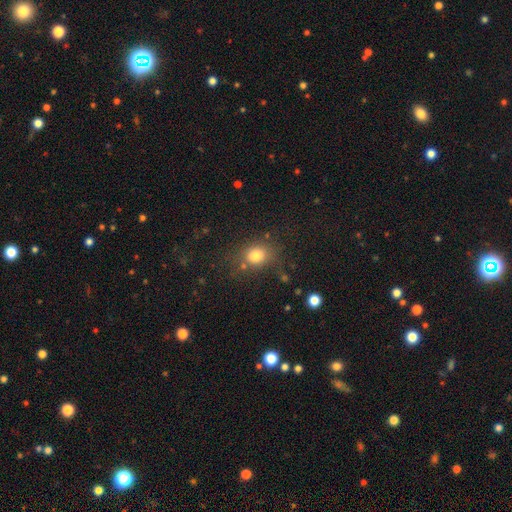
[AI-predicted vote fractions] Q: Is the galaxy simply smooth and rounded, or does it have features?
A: smooth — 78%.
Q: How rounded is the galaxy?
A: round — 57%.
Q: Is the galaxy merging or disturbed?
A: none — 70%.